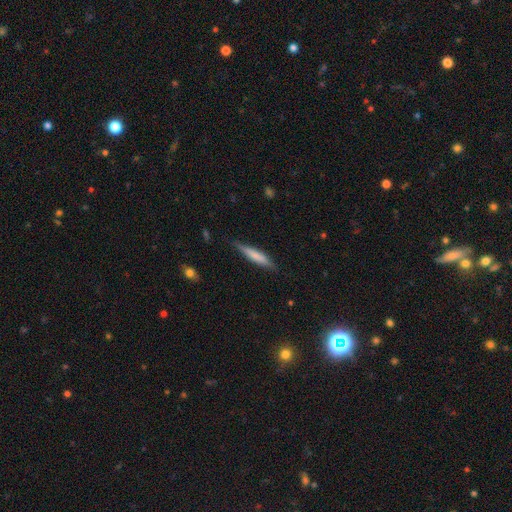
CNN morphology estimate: smooth 64%, featured or disk 30%, star or artifact 6%. Down the decision tree: how rounded — cigar-shaped (90%); merging — none (83%).